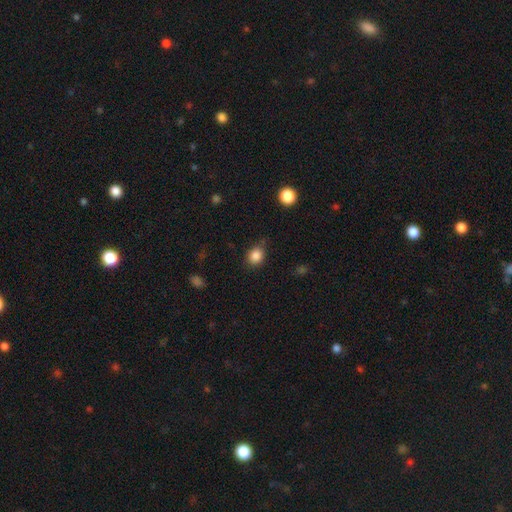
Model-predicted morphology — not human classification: smooth 85%, star or artifact 10%, featured or disk 5%. Down the decision tree: how rounded — round (63%); merging — none (72%).